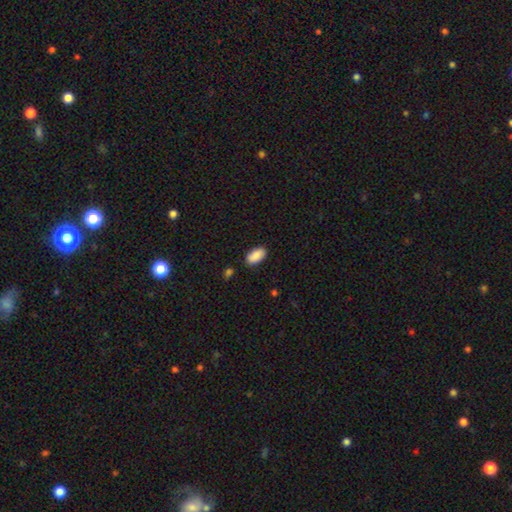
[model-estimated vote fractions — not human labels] smooth_or_featured: smooth (p=0.89) [alt: star or artifact p=0.07]
how_rounded: in between (p=0.95) [alt: round p=0.03]
merging: none (p=0.86) [alt: minor disturbance p=0.10]